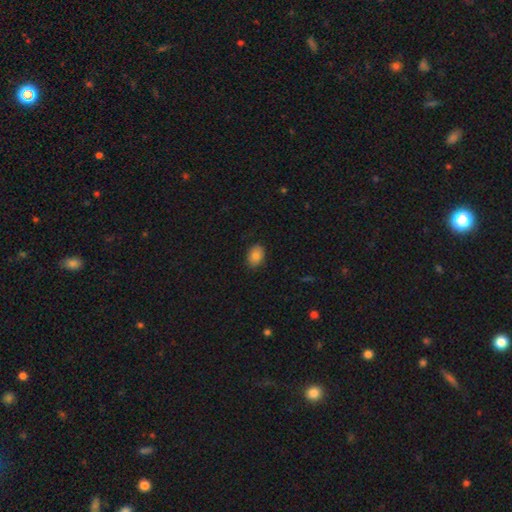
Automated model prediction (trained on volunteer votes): A smooth galaxy with no disk features (85%) that is in between round and cigar-shaped (78%). Merging: none (85%).